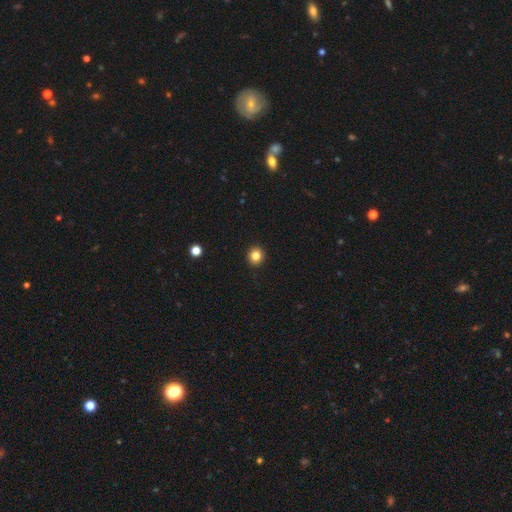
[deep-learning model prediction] This is clearly a smooth galaxy (84%). How rounded: clearly round (89%). Merging: clearly none (93%).